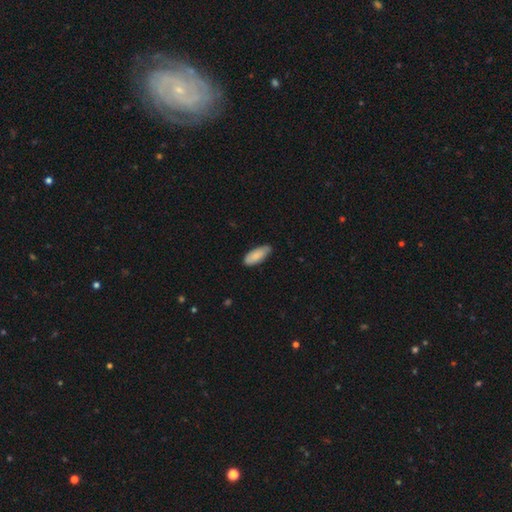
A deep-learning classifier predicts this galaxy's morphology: type=smooth (85%); roundness=in between (82%); merging=none (72%).